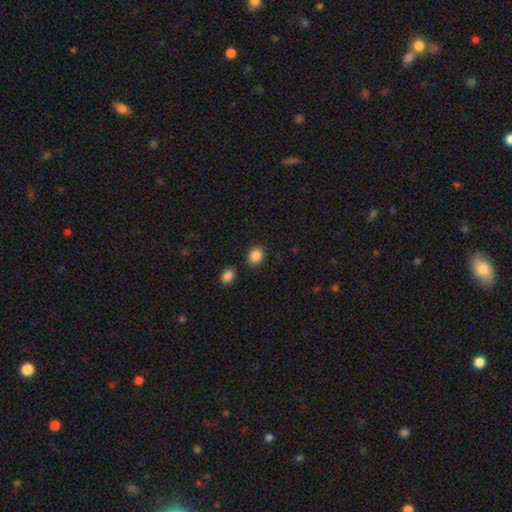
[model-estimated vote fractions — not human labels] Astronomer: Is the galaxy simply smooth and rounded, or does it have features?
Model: smooth — 87%.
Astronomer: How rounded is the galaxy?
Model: round — 61% (runner-up: in between, 38%).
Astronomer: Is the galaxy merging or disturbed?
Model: none — 82%.